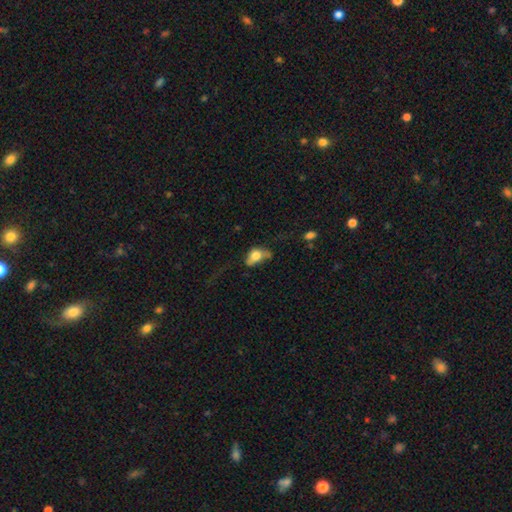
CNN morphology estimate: smooth_or_featured: smooth (p=0.68) [alt: featured or disk p=0.23]
how_rounded: in between (p=0.79) [alt: round p=0.18]
merging: major disturbance (p=0.36) [alt: minor disturbance p=0.30]